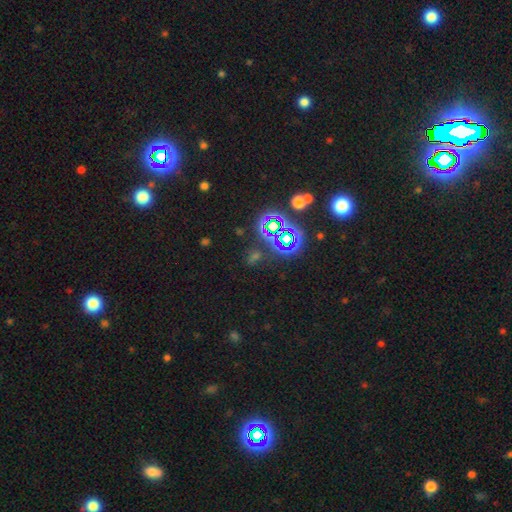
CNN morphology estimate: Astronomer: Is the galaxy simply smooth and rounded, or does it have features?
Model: star or artifact — 65%.